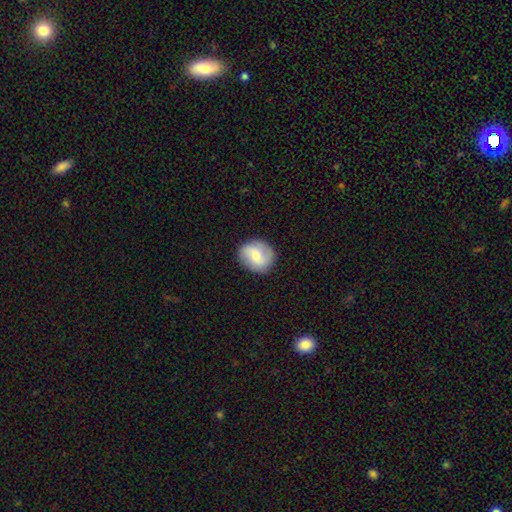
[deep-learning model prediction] smooth_or_featured: smooth (p=0.64) [alt: featured or disk p=0.29]
how_rounded: round (p=0.79) [alt: in between p=0.20]
merging: none (p=0.86) [alt: minor disturbance p=0.10]